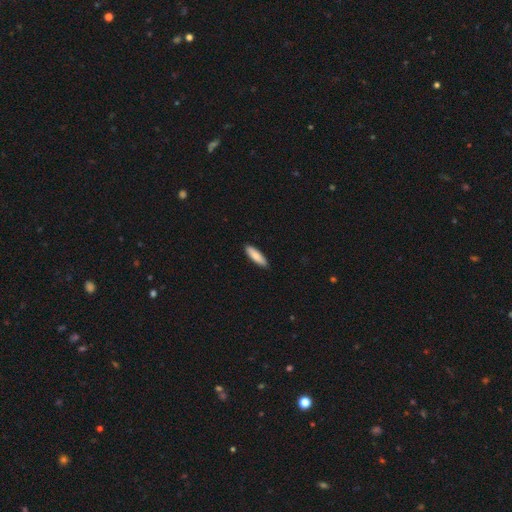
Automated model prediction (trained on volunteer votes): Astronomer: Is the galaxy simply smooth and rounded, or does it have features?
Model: smooth — 84%.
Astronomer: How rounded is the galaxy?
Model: cigar-shaped — 61% (runner-up: in between, 38%).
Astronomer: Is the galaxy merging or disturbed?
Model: none — 90%.